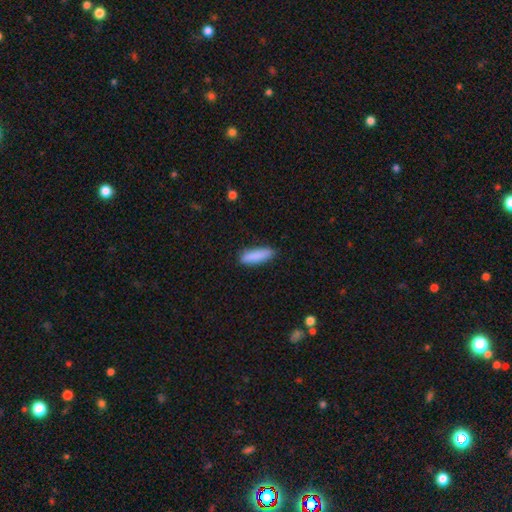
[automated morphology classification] A smooth galaxy with no disk features (88%) that is cigar-shaped (55%). Merging: none (83%).